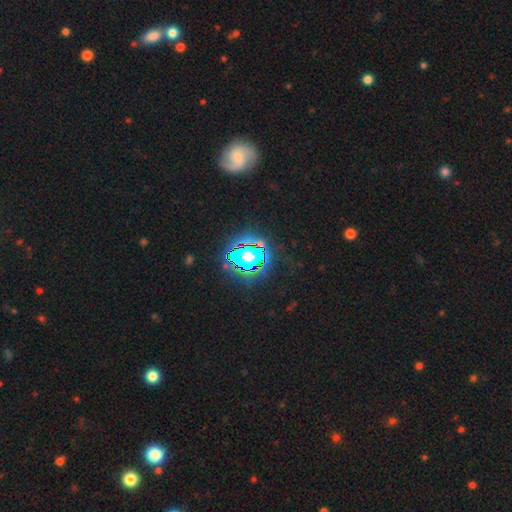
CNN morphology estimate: Smooth or featured? star or artifact (70%)